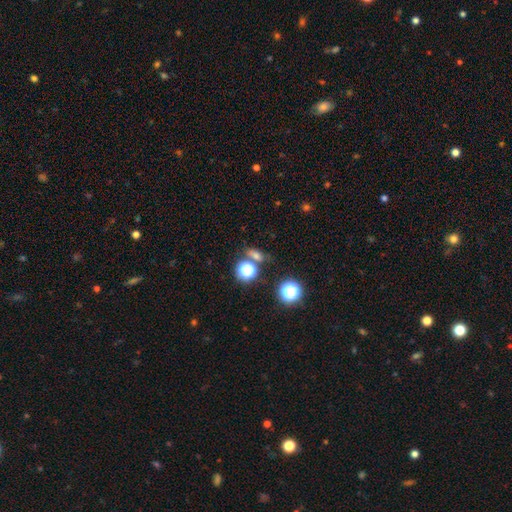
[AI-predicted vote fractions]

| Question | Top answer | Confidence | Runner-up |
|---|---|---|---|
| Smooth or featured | smooth | 59% | star or artifact (28%) |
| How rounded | in between | 48% | round (40%) |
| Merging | none | 69% | merger (13%) |